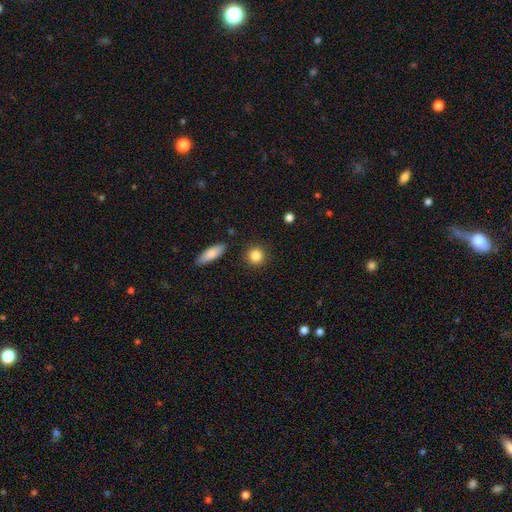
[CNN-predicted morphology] Smooth or featured?
  - smooth: 86% *
  - star or artifact: 9%
  - featured or disk: 6%
How rounded?
  - round: 90% *
  - in between: 9%
  - cigar-shaped: 2%
Merging?
  - none: 89% *
  - minor disturbance: 6%
  - merger: 2%
  - major disturbance: 2%